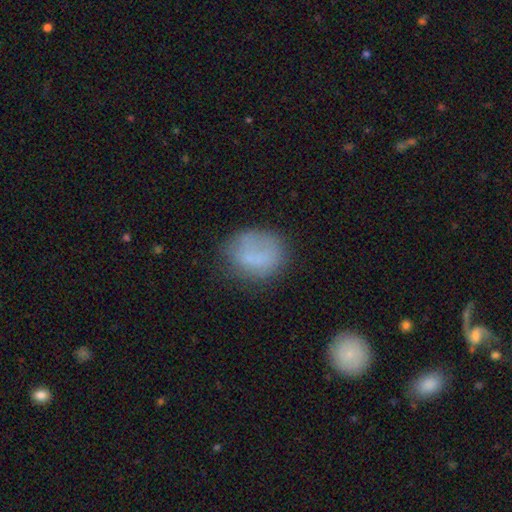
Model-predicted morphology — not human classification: smooth_or_featured: smooth (p=0.71) [alt: featured or disk p=0.19]
how_rounded: round (p=0.59) [alt: in between p=0.40]
merging: none (p=0.59) [alt: minor disturbance p=0.25]